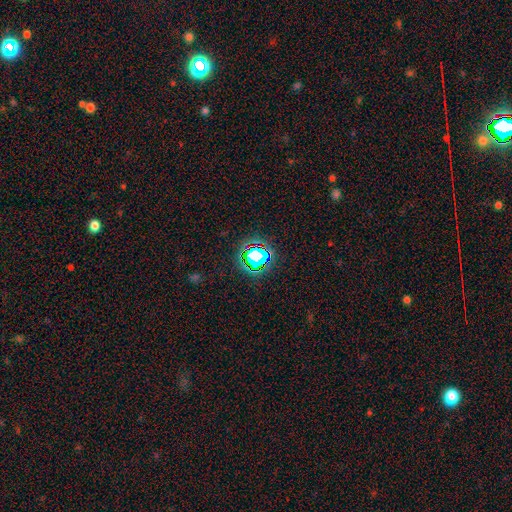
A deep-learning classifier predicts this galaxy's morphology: Smooth or featured: star or artifact — 61% (smooth — 27%)